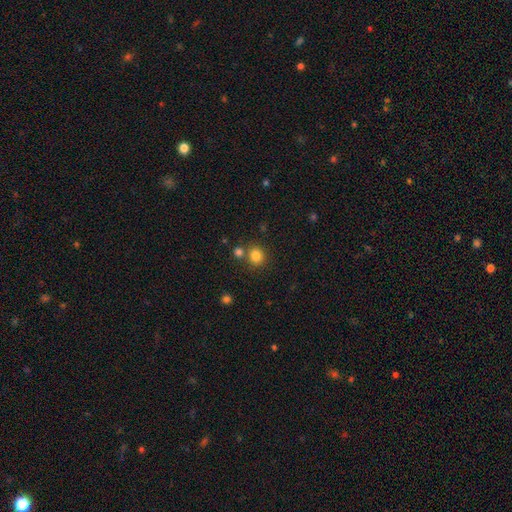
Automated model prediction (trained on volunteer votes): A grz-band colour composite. It shows a smooth galaxy with no disk features (82%) that is round (85%). Merging: none (72%).